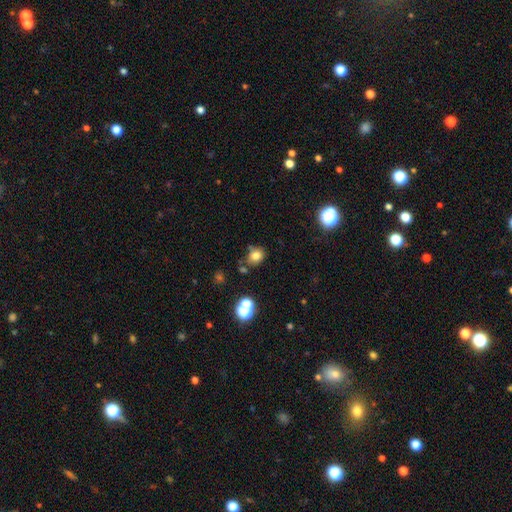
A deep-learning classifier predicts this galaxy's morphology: Smooth or featured? smooth (77%)
How rounded? round (63%)
Merging? none (67%)